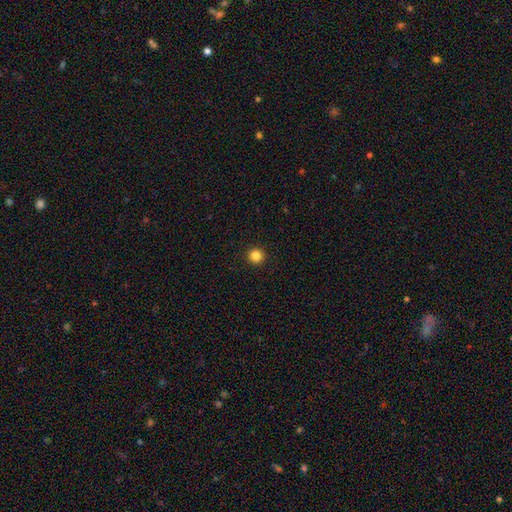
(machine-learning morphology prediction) Smooth or featured: smooth — 85% (star or artifact — 12%)
How rounded: round — 95% (in between — 4%)
Merging: none — 93% (minor disturbance — 4%)